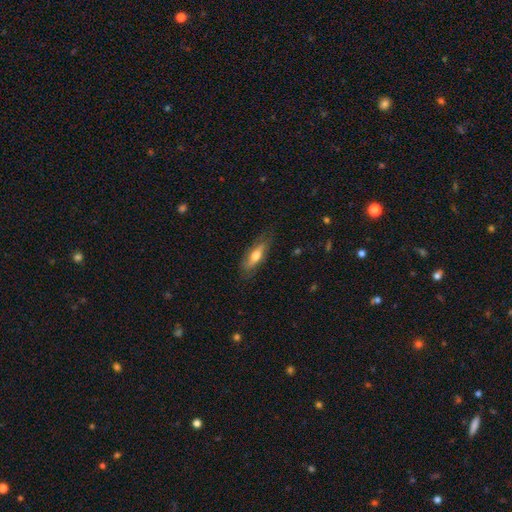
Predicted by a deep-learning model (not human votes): Morphology: type=smooth (55%); roundness=in between (51%); merging=none (75%).